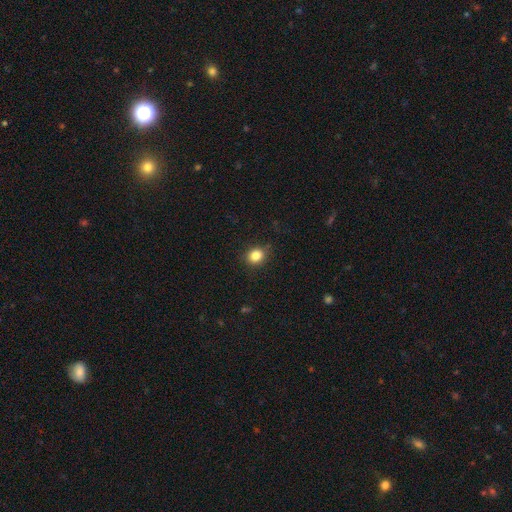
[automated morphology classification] smooth-or-featured: smooth: 84% | star or artifact: 11% | featured or disk: 5%
  how-rounded: round: 68% | in between: 31% | cigar-shaped: 1%
  merging: none: 85% | minor disturbance: 11% | major disturbance: 3% | merger: 1%